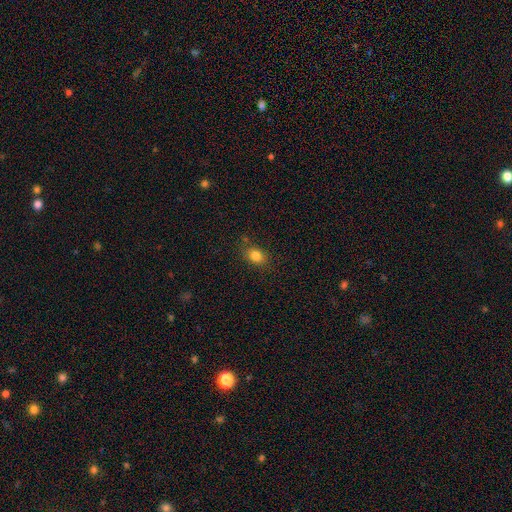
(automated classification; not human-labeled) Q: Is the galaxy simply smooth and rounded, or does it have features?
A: smooth — 82%.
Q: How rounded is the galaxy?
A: in between — 70%.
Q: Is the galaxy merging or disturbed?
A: none — 80%.